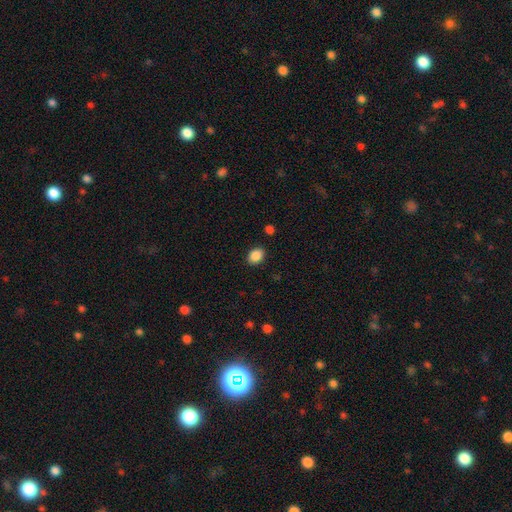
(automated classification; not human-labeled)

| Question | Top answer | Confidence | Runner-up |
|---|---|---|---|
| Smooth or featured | smooth | 88% | star or artifact (8%) |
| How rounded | in between | 69% | round (30%) |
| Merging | none | 88% | minor disturbance (8%) |